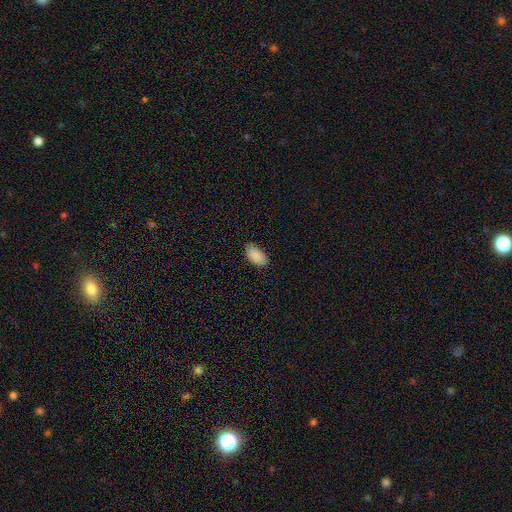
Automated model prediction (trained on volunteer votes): smooth-or-featured: smooth: 90% | star or artifact: 7% | featured or disk: 3%
  how-rounded: in between: 95% | round: 2% | cigar-shaped: 2%
  merging: none: 85% | minor disturbance: 11% | major disturbance: 2% | merger: 1%